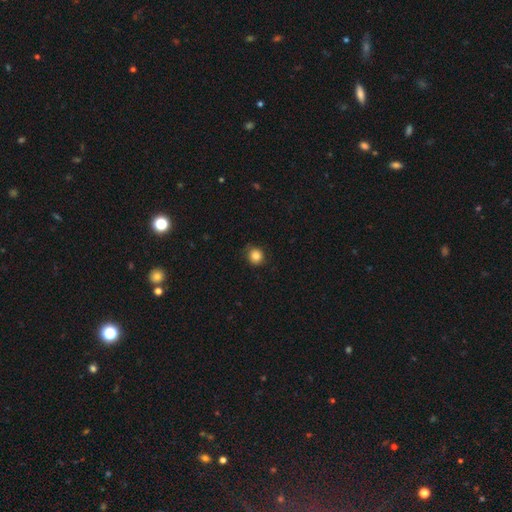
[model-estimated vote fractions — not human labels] A smooth galaxy with no disk features (85%) that is round (89%). Merging: none (84%).